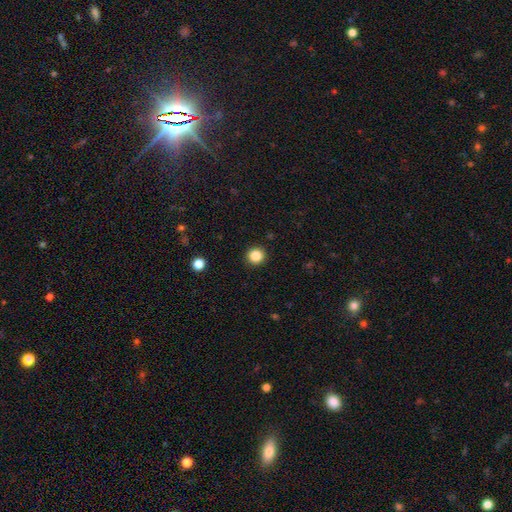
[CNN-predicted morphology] smooth-or-featured: smooth: 86% | star or artifact: 11% | featured or disk: 3%
  how-rounded: round: 94% | in between: 5% | cigar-shaped: 1%
  merging: none: 93% | minor disturbance: 5% | major disturbance: 2% | merger: 1%